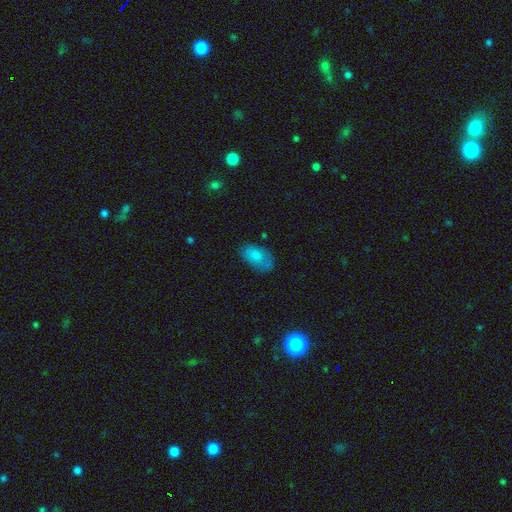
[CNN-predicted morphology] Smooth or featured: smooth — 79% (featured or disk — 14%)
How rounded: in between — 93% (round — 6%)
Merging: none — 65% (minor disturbance — 24%)